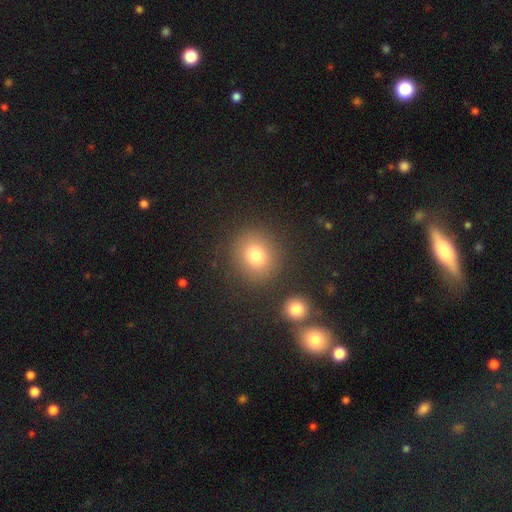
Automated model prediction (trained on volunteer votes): A smooth galaxy with no disk features (78%) that is round (80%). Merging: none (85%).